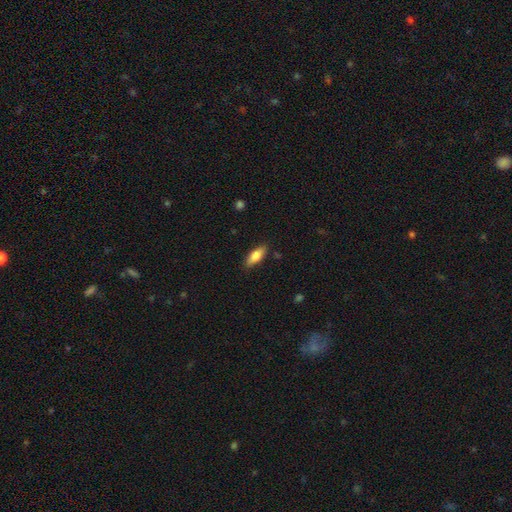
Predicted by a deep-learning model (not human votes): Smooth or featured? Predicted: smooth (p=0.77). How rounded? Predicted: in between (p=0.70). Merging? Predicted: none (p=0.84).